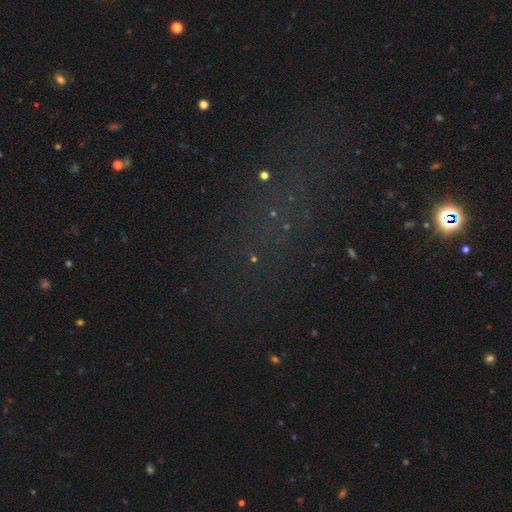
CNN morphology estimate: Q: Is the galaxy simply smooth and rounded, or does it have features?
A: star or artifact — 66%.